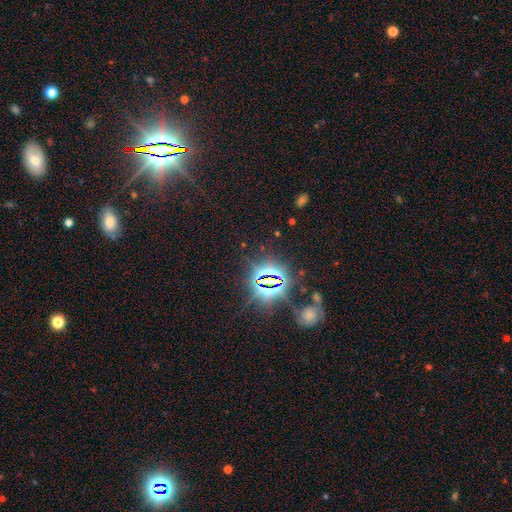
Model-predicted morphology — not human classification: star or artifact 81%, smooth 12%, featured or disk 7%.